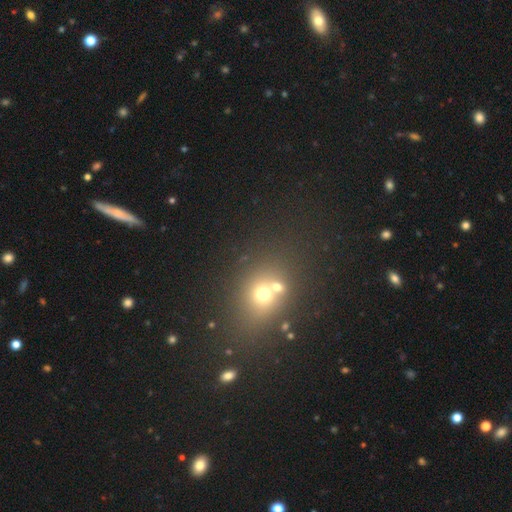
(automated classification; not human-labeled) This appears to be a smooth galaxy with no disk features (45%). Merging: none (69%).